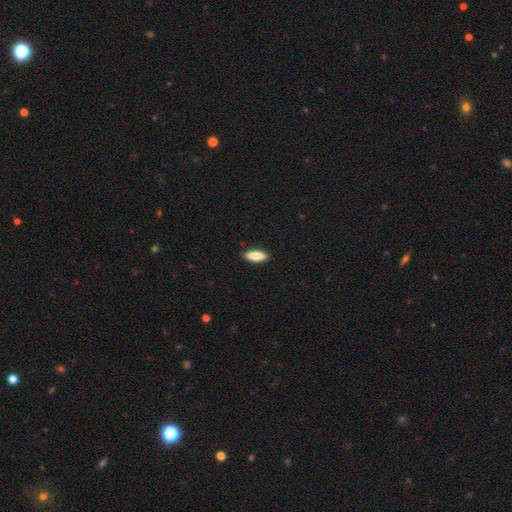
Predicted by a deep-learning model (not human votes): Smooth or featured? Predicted: smooth (p=0.85). How rounded? Predicted: in between (p=0.68). Merging? Predicted: none (p=0.89).